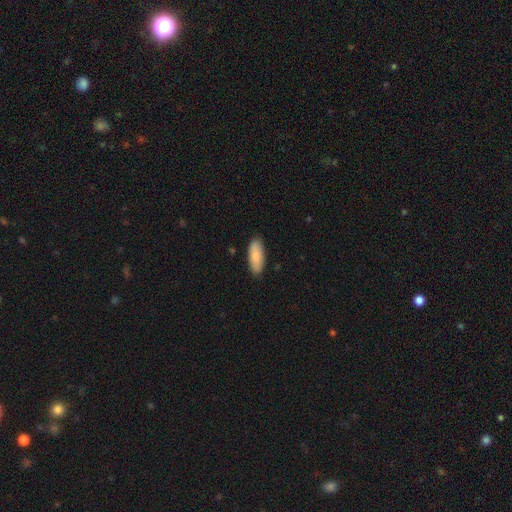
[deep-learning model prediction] This appears to be a smooth galaxy with no disk features (85%) that is in between round and cigar-shaped (79%). Merging: none (87%).